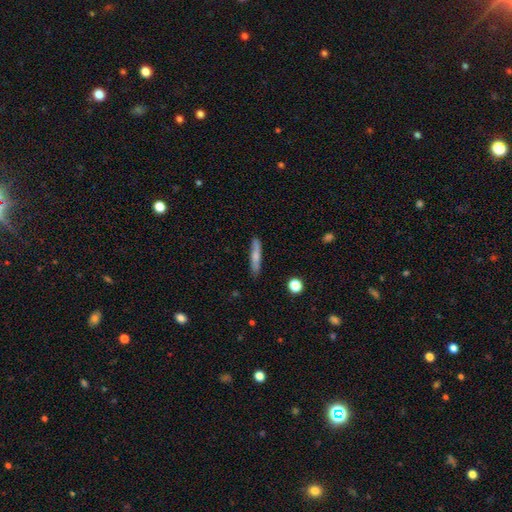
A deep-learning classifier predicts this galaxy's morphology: smooth-or-featured: smooth: 67% | featured or disk: 26% | star or artifact: 7%
  how-rounded: cigar-shaped: 88% | in between: 10% | round: 2%
  merging: none: 82% | minor disturbance: 13% | major disturbance: 3% | merger: 2%